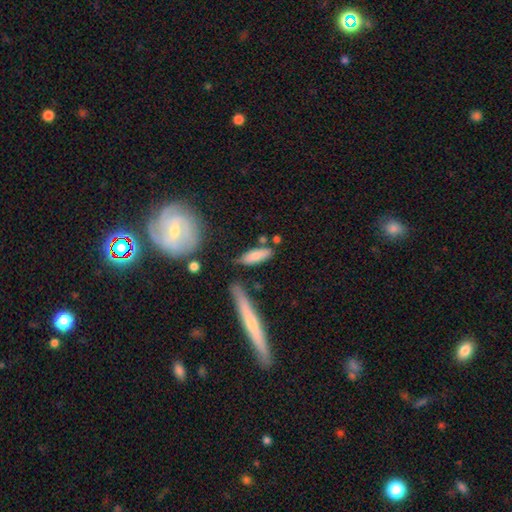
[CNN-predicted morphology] smooth_or_featured: smooth (p=0.78) [alt: featured or disk p=0.15]
how_rounded: in between (p=0.55) [alt: cigar-shaped p=0.43]
merging: none (p=0.69) [alt: minor disturbance p=0.17]